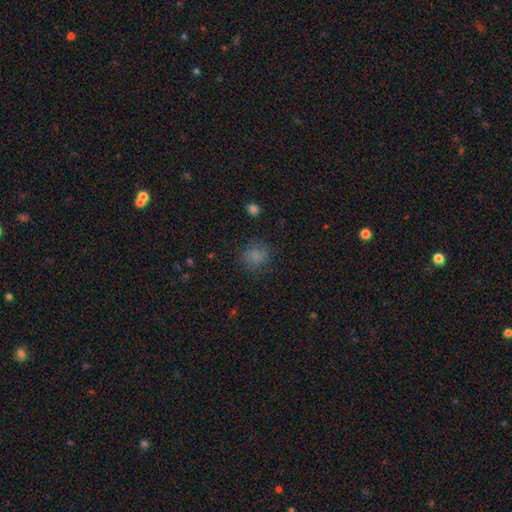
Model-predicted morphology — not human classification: This appears to be a smooth galaxy with no disk features (76%) that is round (76%). Merging: none (76%).